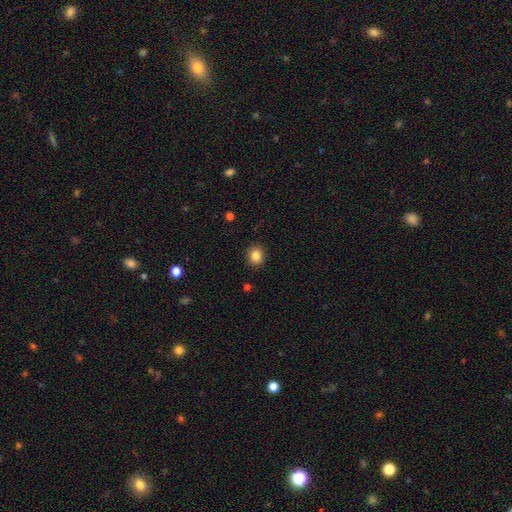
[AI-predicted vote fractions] A smooth galaxy with no disk features (85%) that is round (78%). Merging: none (90%).